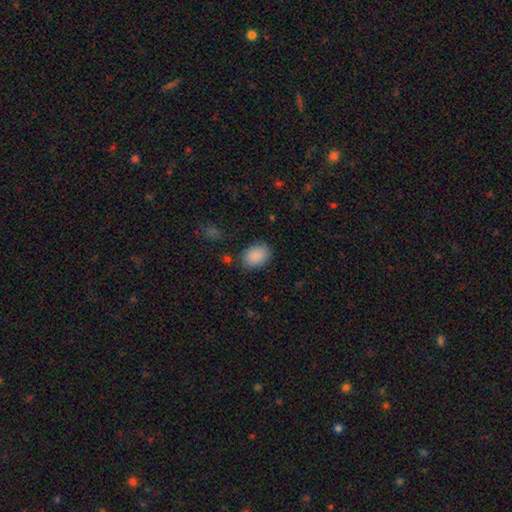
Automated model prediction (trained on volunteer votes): Smooth or featured: smooth — 89% (star or artifact — 7%)
How rounded: in between — 78% (round — 21%)
Merging: none — 82% (minor disturbance — 13%)